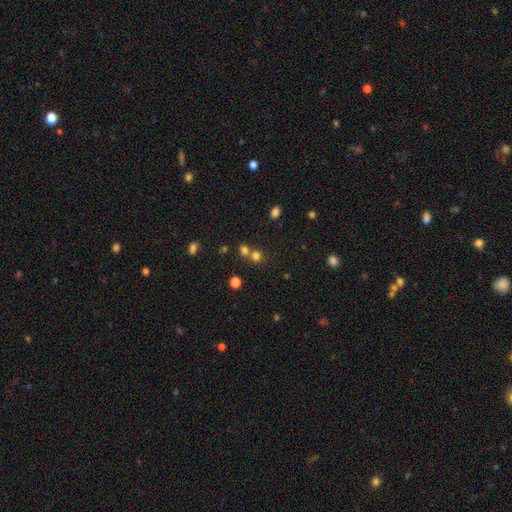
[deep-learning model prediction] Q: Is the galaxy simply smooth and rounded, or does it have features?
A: smooth — 72%.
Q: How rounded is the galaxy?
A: round — 80%.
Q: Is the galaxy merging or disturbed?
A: none — 49%.